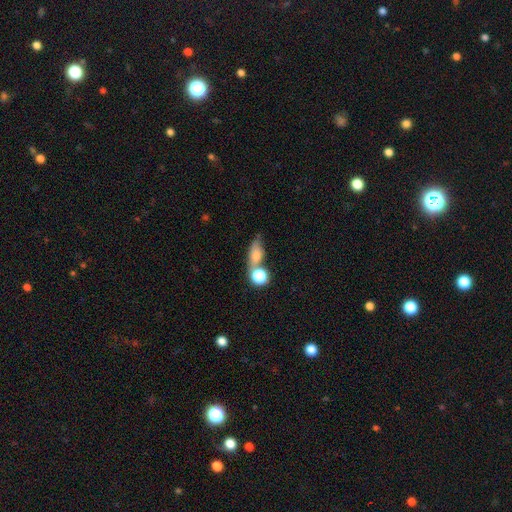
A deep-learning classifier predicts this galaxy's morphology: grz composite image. It shows a smooth galaxy with no disk features (68%) that is in between round and cigar-shaped (60%). Merging: none (42%).